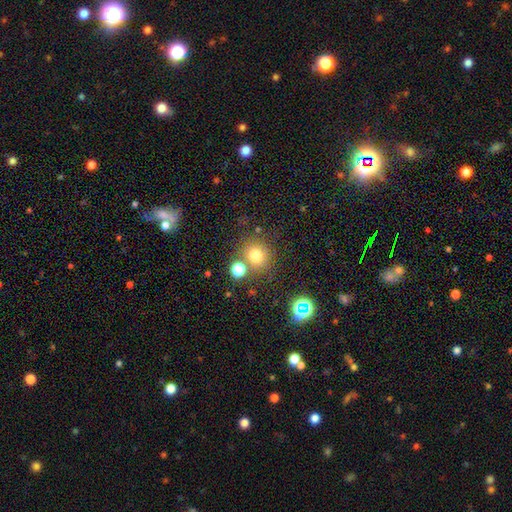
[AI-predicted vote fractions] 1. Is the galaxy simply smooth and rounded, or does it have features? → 74% smooth, 18% star or artifact, 9% featured or disk.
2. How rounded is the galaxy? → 88% round, 11% in between, 1% cigar-shaped.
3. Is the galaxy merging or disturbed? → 73% none, 13% merger, 10% minor disturbance, 4% major disturbance.